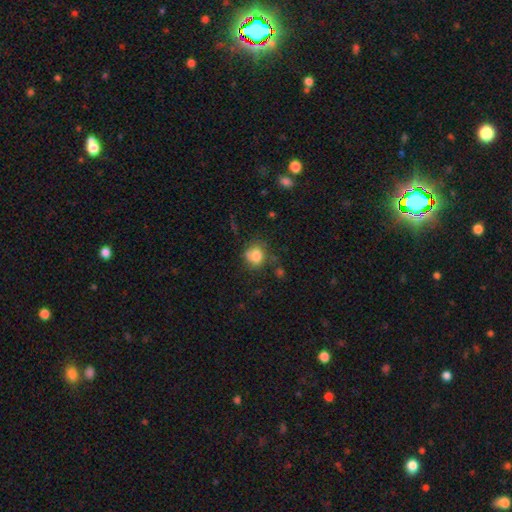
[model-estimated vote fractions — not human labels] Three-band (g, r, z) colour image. It shows a smooth galaxy with no disk features (80%) that is round (71%). Merging: none (62%).